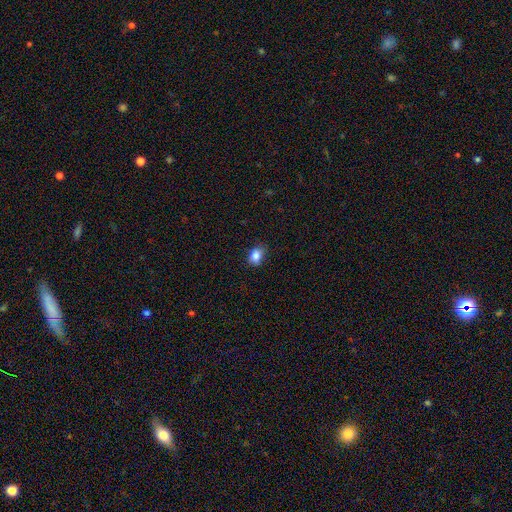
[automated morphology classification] smooth-or-featured: smooth: 85% | star or artifact: 10% | featured or disk: 6%
  how-rounded: in between: 72% | round: 27% | cigar-shaped: 1%
  merging: none: 75% | minor disturbance: 20% | major disturbance: 4% | merger: 1%